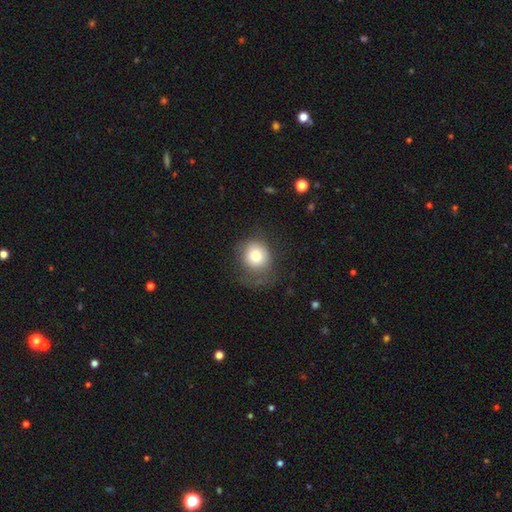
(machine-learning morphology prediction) A smooth galaxy with no disk features (79%) that is round (82%).

Vote fractions:
- Smooth or featured? smooth: 79% / featured or disk: 12% / star or artifact: 9%
- How rounded? round: 82% / in between: 17% / cigar-shaped: 1%
- Merging? none: 52% / minor disturbance: 27% / major disturbance: 19% / merger: 2%